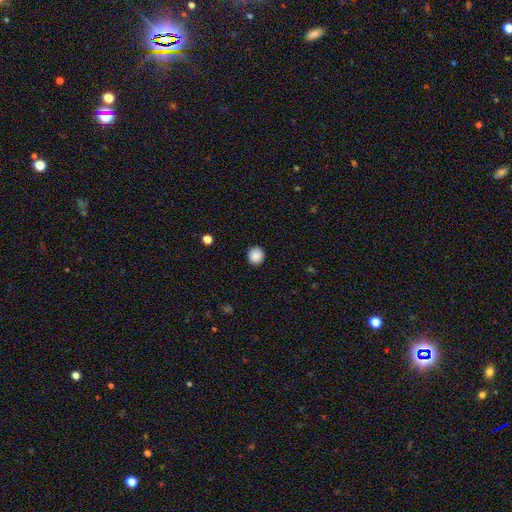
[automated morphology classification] smooth_or_featured: smooth (p=0.88) [alt: star or artifact p=0.09]
how_rounded: round (p=0.92) [alt: in between p=0.07]
merging: none (p=0.92) [alt: minor disturbance p=0.05]